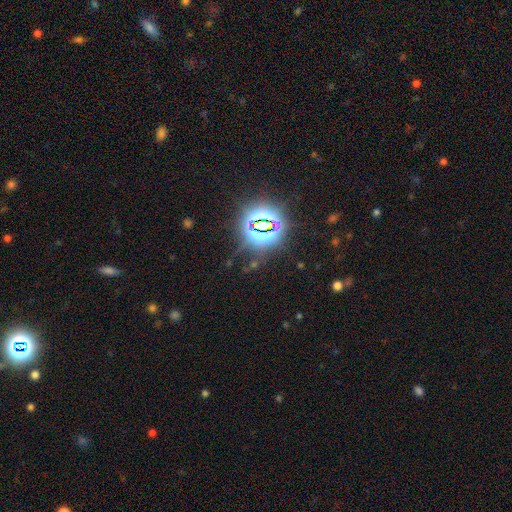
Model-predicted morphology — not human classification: A star or artifact, not a galaxy (82%).